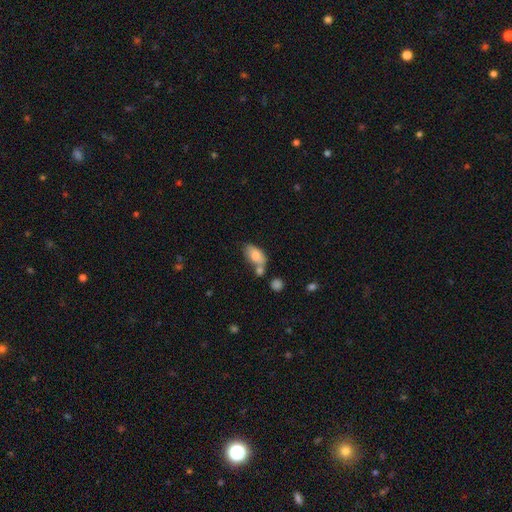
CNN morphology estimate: Smooth or featured?
  - smooth: 77% *
  - featured or disk: 16%
  - star or artifact: 7%
How rounded?
  - in between: 91% *
  - round: 6%
  - cigar-shaped: 3%
Merging?
  - none: 45% *
  - merger: 31%
  - minor disturbance: 18%
  - major disturbance: 6%